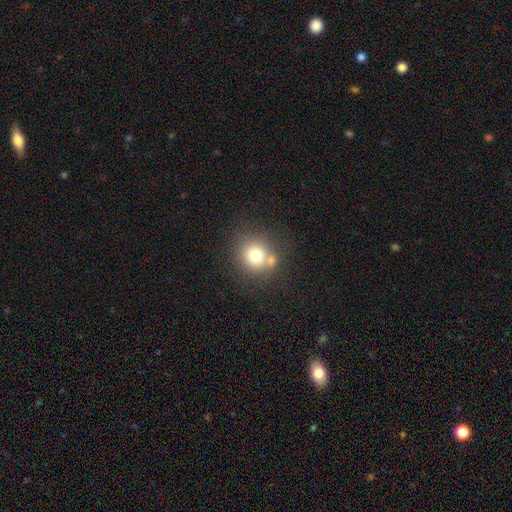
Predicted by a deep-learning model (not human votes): A smooth galaxy with no disk features (73%) that is round (85%).

Vote fractions:
- Smooth or featured? smooth: 73% / featured or disk: 14% / star or artifact: 13%
- How rounded? round: 85% / in between: 14% / cigar-shaped: 1%
- Merging? none: 59% / merger: 25% / minor disturbance: 12% / major disturbance: 4%